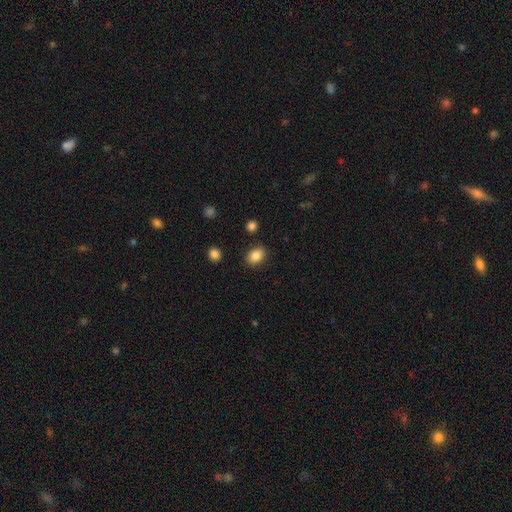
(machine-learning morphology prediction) smooth-or-featured: smooth: 85% | star or artifact: 9% | featured or disk: 6%
  how-rounded: in between: 67% | round: 32% | cigar-shaped: 1%
  merging: none: 85% | minor disturbance: 9% | major disturbance: 3% | merger: 2%